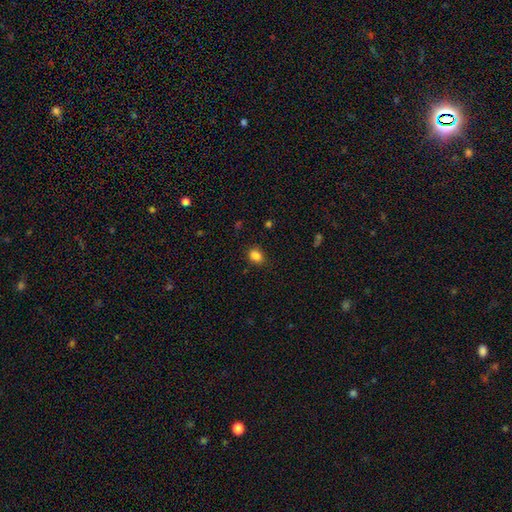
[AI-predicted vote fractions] Smooth or featured: smooth — 85% (star or artifact — 11%)
How rounded: in between — 61% (round — 38%)
Merging: none — 82% (minor disturbance — 13%)